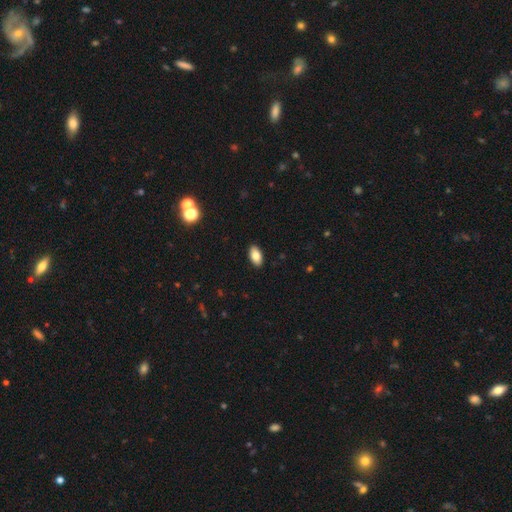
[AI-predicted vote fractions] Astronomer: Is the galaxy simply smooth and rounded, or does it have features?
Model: smooth — 82%.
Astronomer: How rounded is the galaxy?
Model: in between — 93%.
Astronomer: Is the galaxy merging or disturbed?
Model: none — 90%.